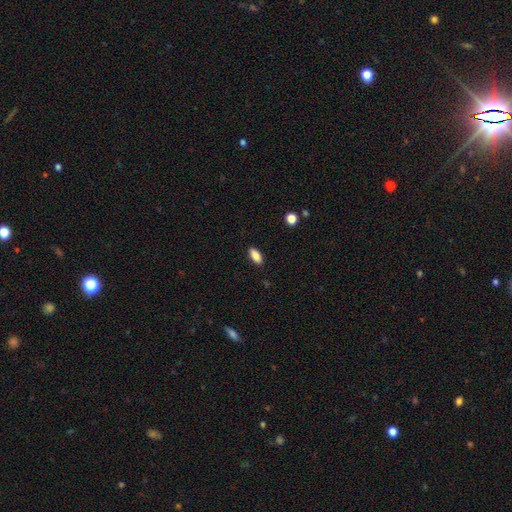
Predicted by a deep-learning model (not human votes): Morphology: type=smooth (87%); roundness=in between (84%); merging=none (88%).